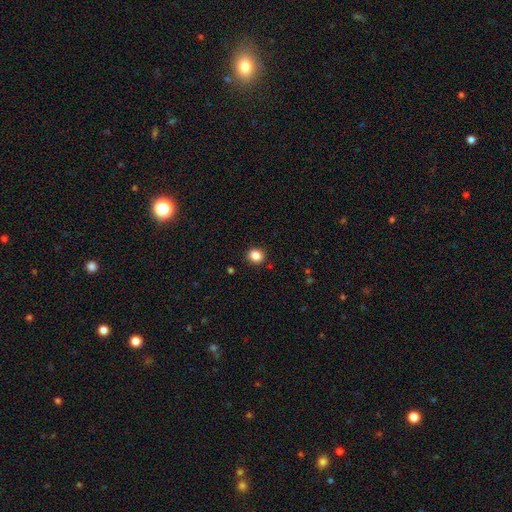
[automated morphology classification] The model was most divided on "how rounded": round: 77%, in between: 22%, cigar-shaped: 1%. More confident: merging — none (90%); smooth or featured — smooth (85%).